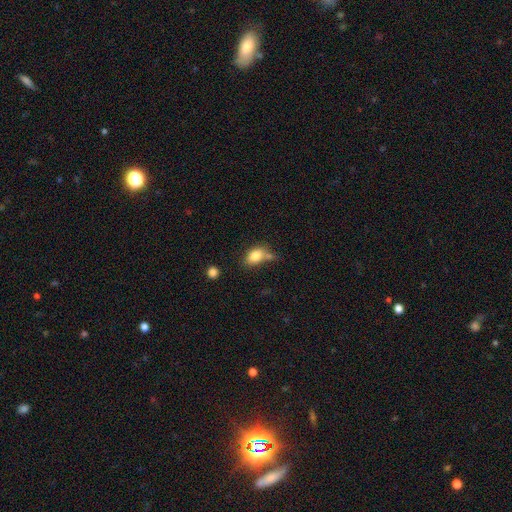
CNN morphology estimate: Smooth or featured?
  - smooth: 82% *
  - featured or disk: 9%
  - star or artifact: 9%
How rounded?
  - in between: 79% *
  - round: 19%
  - cigar-shaped: 2%
Merging?
  - none: 49% *
  - merger: 23%
  - minor disturbance: 21%
  - major disturbance: 8%